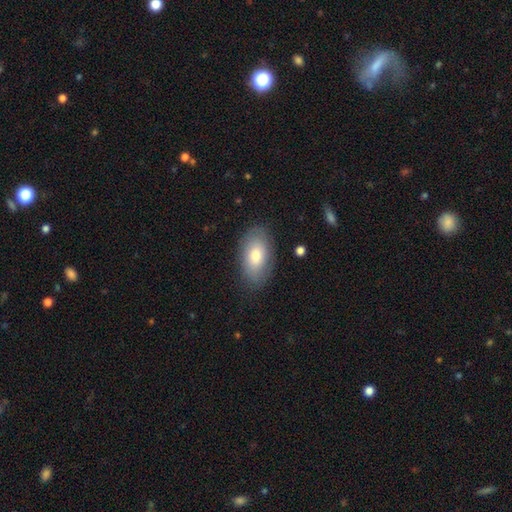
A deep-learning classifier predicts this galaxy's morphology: A smooth galaxy with no disk features (76%) that is in between round and cigar-shaped (93%). Merging: none (82%).